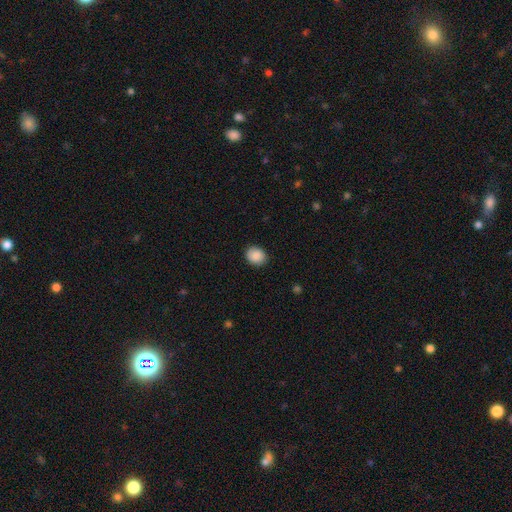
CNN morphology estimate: Smooth or featured? smooth (89%)
How rounded? round (60%)
Merging? none (88%)